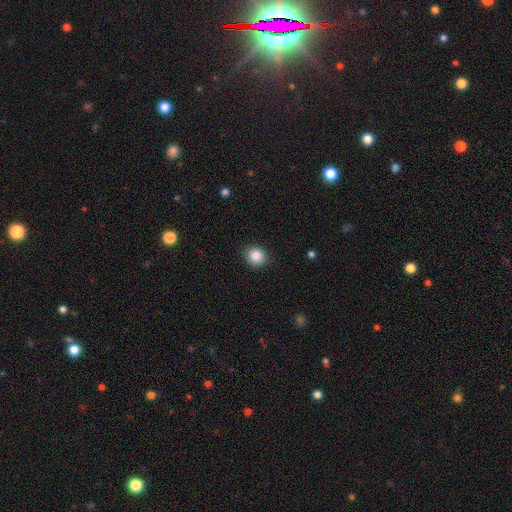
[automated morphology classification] smooth 88%, star or artifact 9%, featured or disk 3%. Down the decision tree: how rounded — round (78%); merging — none (89%).